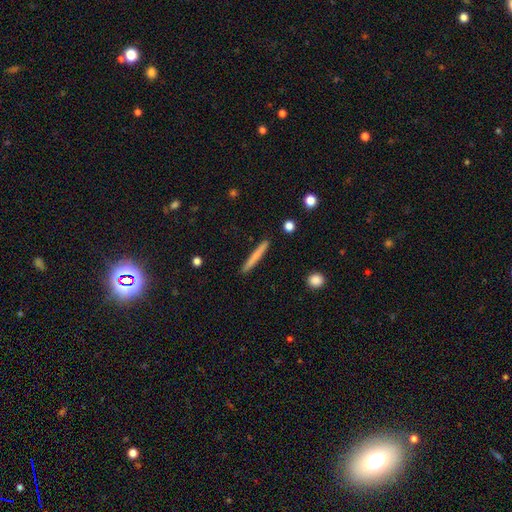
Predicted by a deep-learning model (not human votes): Q: Smooth or featured?
A: smooth (69%); runner-up: featured or disk (25%)
Q: How rounded?
A: cigar-shaped (96%); runner-up: in between (2%)
Q: Merging?
A: none (92%); runner-up: minor disturbance (6%)